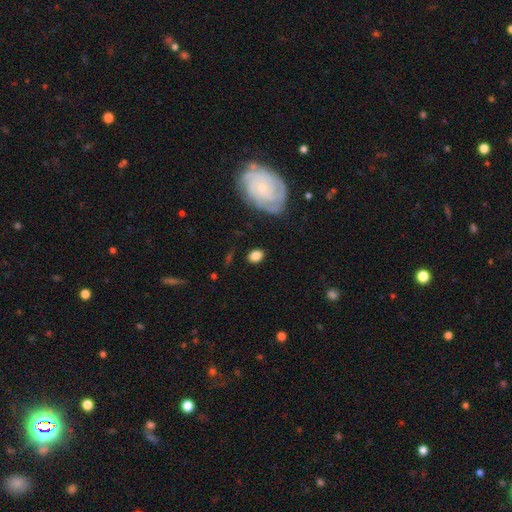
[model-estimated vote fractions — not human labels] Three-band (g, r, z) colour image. It shows a smooth galaxy with no disk features (78%) that is in between round and cigar-shaped (70%). Merging: none (80%).